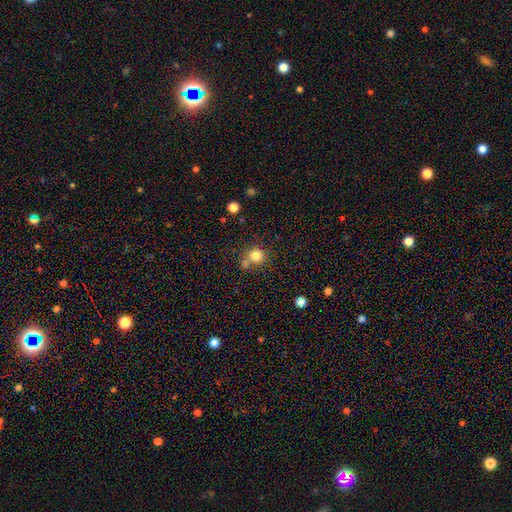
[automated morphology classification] A smooth galaxy with no disk features (80%) that is round (88%).

Vote fractions:
- Smooth or featured? smooth: 80% / star or artifact: 12% / featured or disk: 8%
- How rounded? round: 88% / in between: 12% / cigar-shaped: 1%
- Merging? none: 60% / merger: 24% / minor disturbance: 11% / major disturbance: 4%